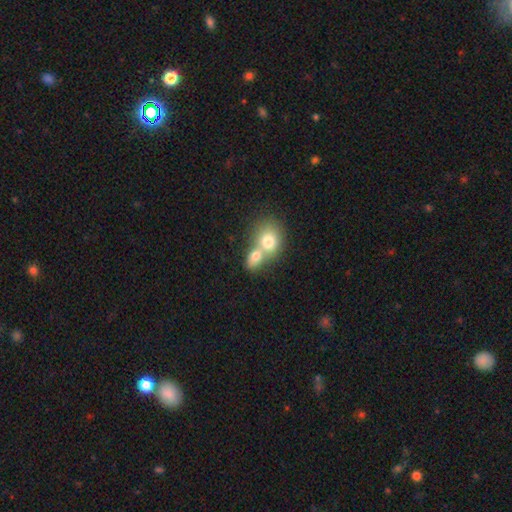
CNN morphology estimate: Smooth or featured: smooth — 75% (featured or disk — 16%)
How rounded: in between — 54% (round — 44%)
Merging: merger — 70% (none — 21%)